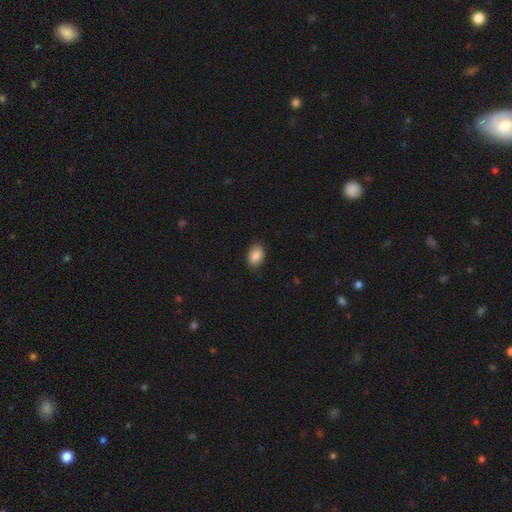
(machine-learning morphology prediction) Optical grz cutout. It shows a smooth galaxy with no disk features (87%) that is in between round and cigar-shaped (82%). Merging: none (84%).